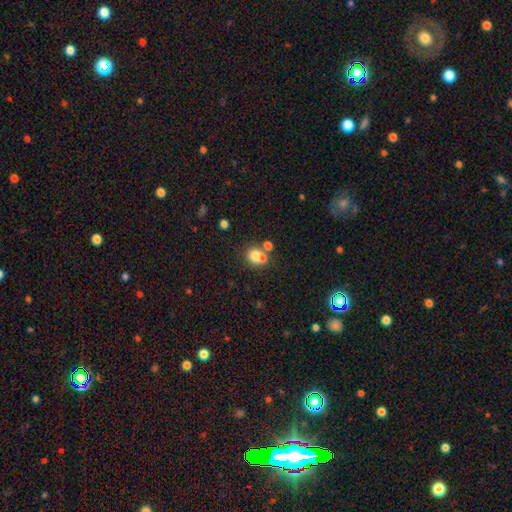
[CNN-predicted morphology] A smooth galaxy with no disk features (73%) that is round (70%). Merging: merger (47%).